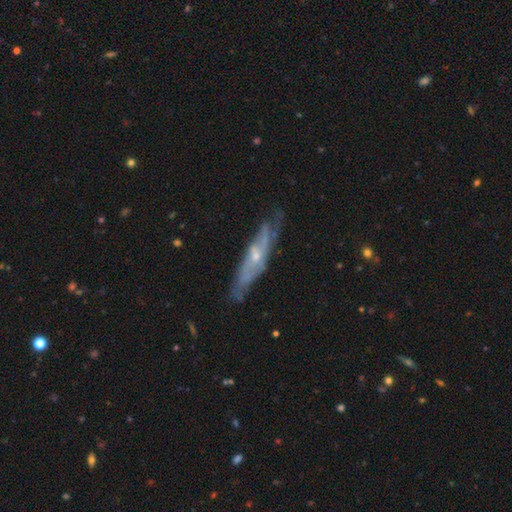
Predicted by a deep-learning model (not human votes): featured or disk 73%, smooth 20%, star or artifact 6%. Down the decision tree: edge-on disk — no (51%); merging — none (68%).